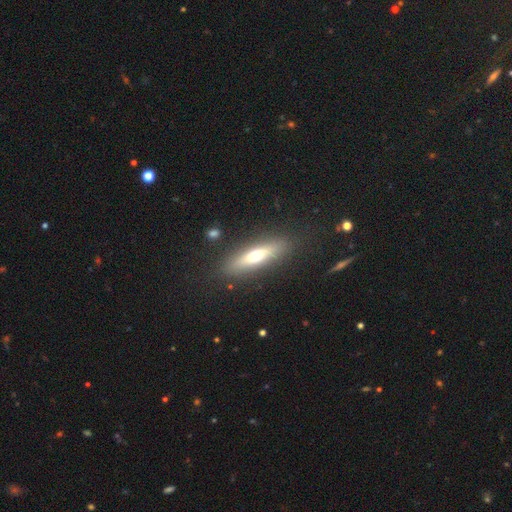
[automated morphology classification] The model was most divided on "smooth or featured": smooth: 55%, featured or disk: 38%, star or artifact: 7%. More confident: merging — none (86%); how rounded — cigar-shaped (70%).